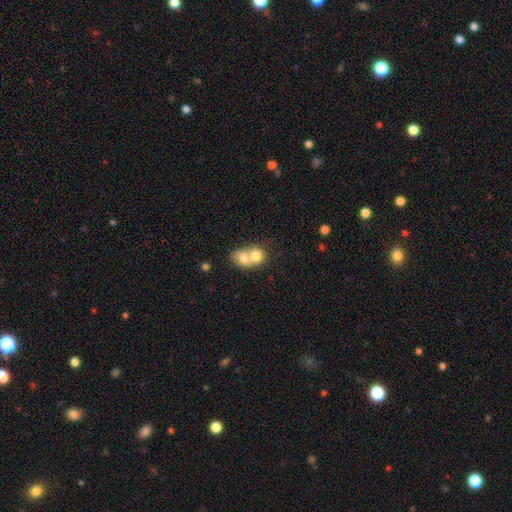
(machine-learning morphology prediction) Smooth or featured?
  - smooth: 72% *
  - featured or disk: 20%
  - star or artifact: 8%
How rounded?
  - round: 62% *
  - in between: 37%
  - cigar-shaped: 1%
Merging?
  - merger: 77% *
  - none: 17%
  - minor disturbance: 4%
  - major disturbance: 2%